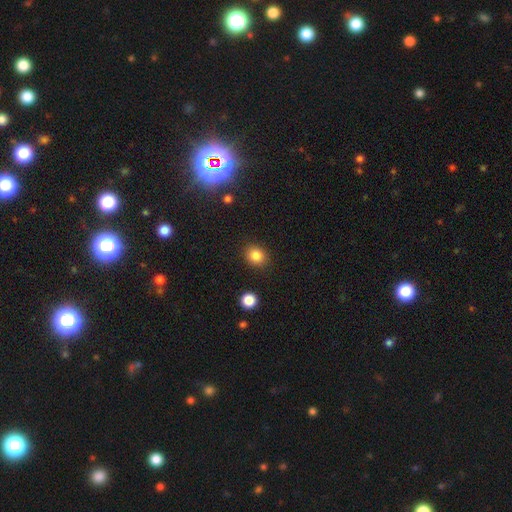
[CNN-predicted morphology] Smooth or featured? smooth (84%)
How rounded? round (70%)
Merging? none (88%)